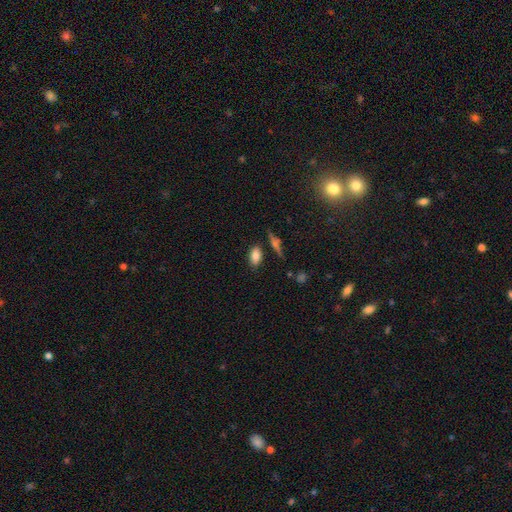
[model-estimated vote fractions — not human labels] Overall: smooth (81%). How rounded: in between (90%). Merging: none (79%).